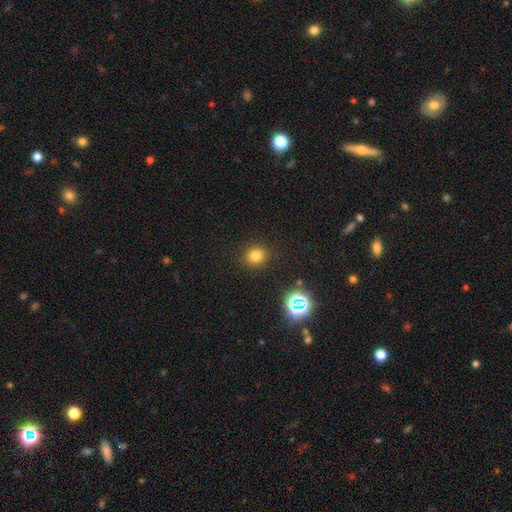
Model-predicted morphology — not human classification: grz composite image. It shows a smooth galaxy with no disk features (77%) that is round (87%). Merging: none (90%).